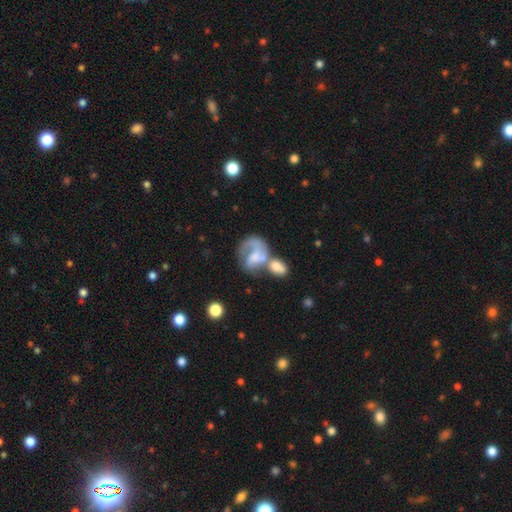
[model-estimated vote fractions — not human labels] Smooth or featured: featured or disk — 58% (smooth — 34%)
Edge-on disk: no — 98% (yes — 2%)
Bar: no — 60% (weak — 30%)
Spiral arms: yes — 68% (no — 32%)
Bulge size: none — 40% (moderate — 25%)
Merging: merger — 49% (major disturbance — 22%)